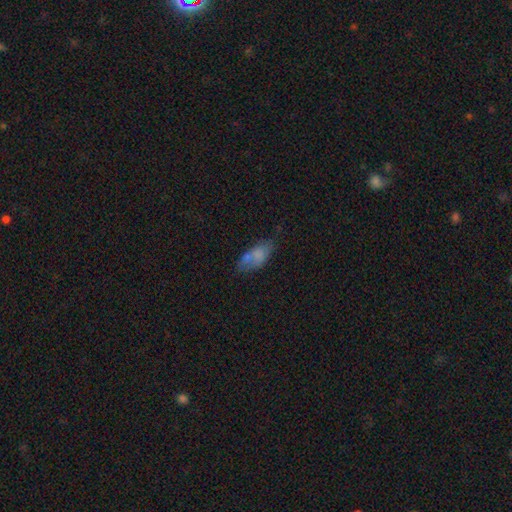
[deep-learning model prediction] Smooth or featured? smooth (68%)
How rounded? in between (83%)
Merging? none (51%)